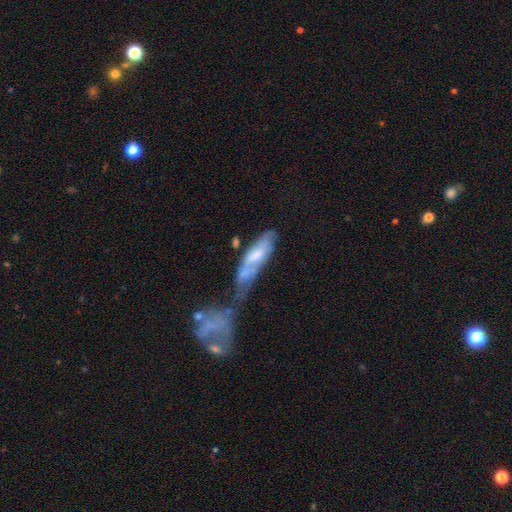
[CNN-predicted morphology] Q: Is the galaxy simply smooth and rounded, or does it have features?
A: smooth — 49%.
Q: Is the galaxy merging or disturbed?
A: merger — 41%.